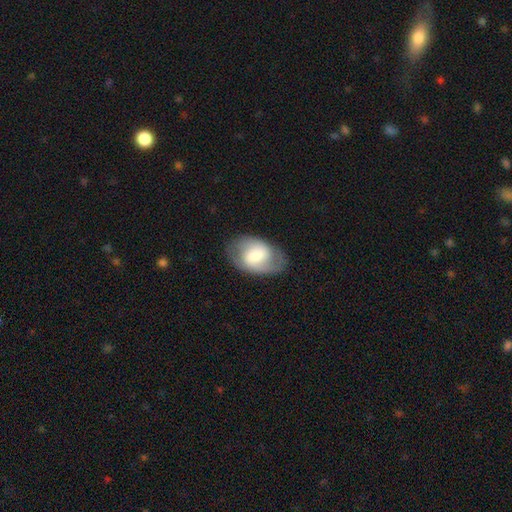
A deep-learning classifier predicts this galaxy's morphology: Smooth or featured? featured or disk (49%)
Merging? none (78%)